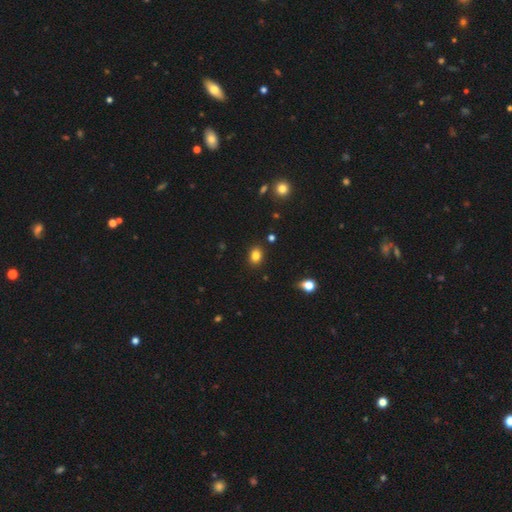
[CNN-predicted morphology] Q: Smooth or featured?
A: smooth (82%); runner-up: star or artifact (12%)
Q: How rounded?
A: in between (60%); runner-up: round (39%)
Q: Merging?
A: none (88%); runner-up: minor disturbance (8%)